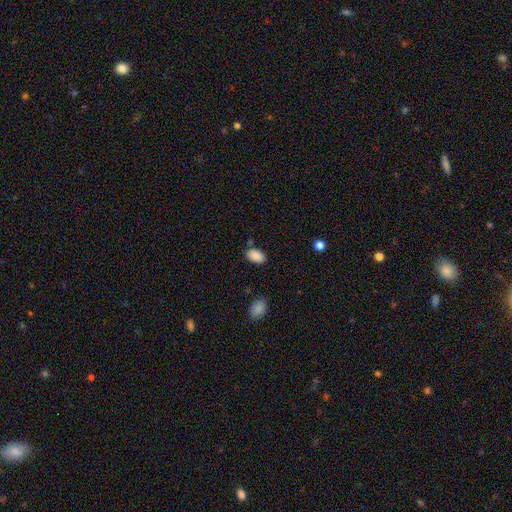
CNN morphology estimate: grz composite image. It shows a smooth galaxy with no disk features (88%) that is in between round and cigar-shaped (94%). Merging: none (79%).